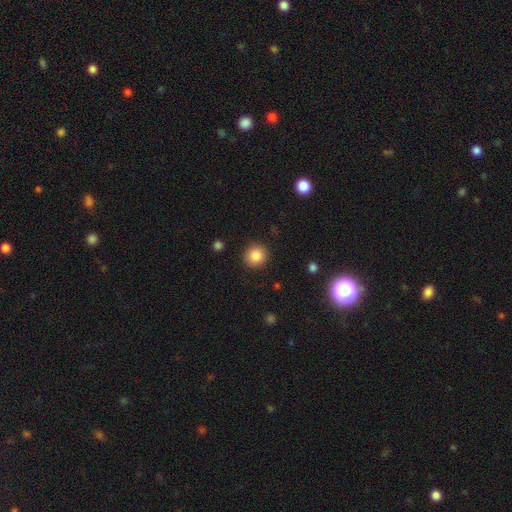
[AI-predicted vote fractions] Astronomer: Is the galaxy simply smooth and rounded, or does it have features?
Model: smooth — 85%.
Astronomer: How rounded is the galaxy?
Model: round — 92%.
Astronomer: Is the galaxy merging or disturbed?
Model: none — 91%.